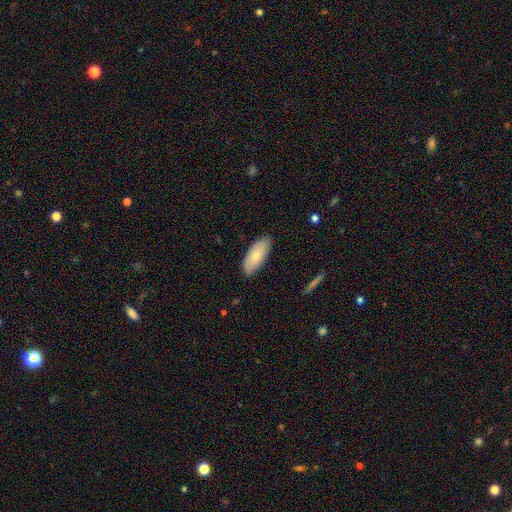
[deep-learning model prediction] Smooth or featured?
  - smooth: 76% *
  - featured or disk: 18%
  - star or artifact: 6%
How rounded?
  - in between: 88% *
  - cigar-shaped: 10%
  - round: 2%
Merging?
  - none: 85% *
  - minor disturbance: 12%
  - major disturbance: 2%
  - merger: 1%